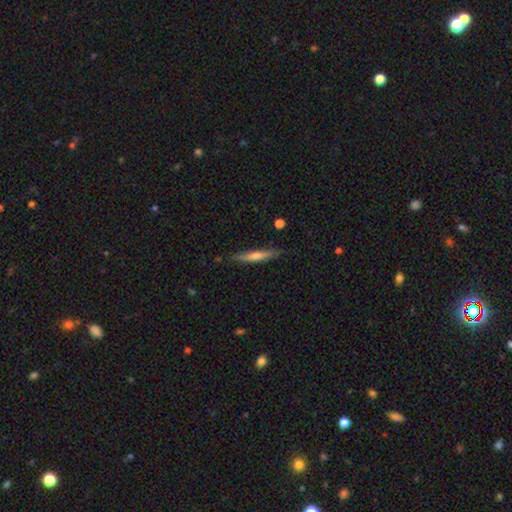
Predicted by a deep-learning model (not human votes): A smooth galaxy with no disk features (53%) that is cigar-shaped (92%).

Vote fractions:
- Smooth or featured? smooth: 53% / featured or disk: 41% / star or artifact: 6%
- How rounded? cigar-shaped: 92% / in between: 6% / round: 1%
- Merging? none: 86% / minor disturbance: 11% / major disturbance: 2% / merger: 2%